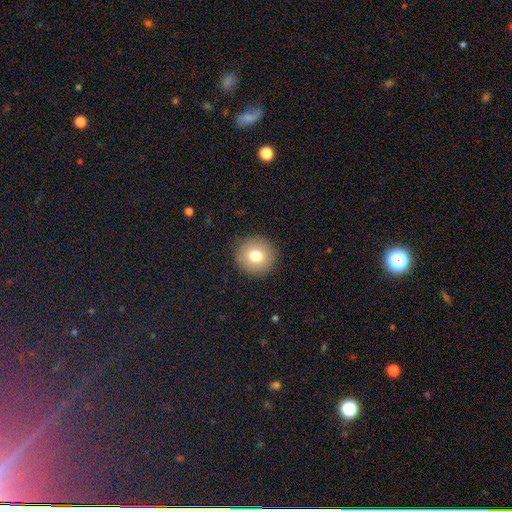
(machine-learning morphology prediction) Smooth or featured? smooth (77%)
How rounded? round (94%)
Merging? none (91%)